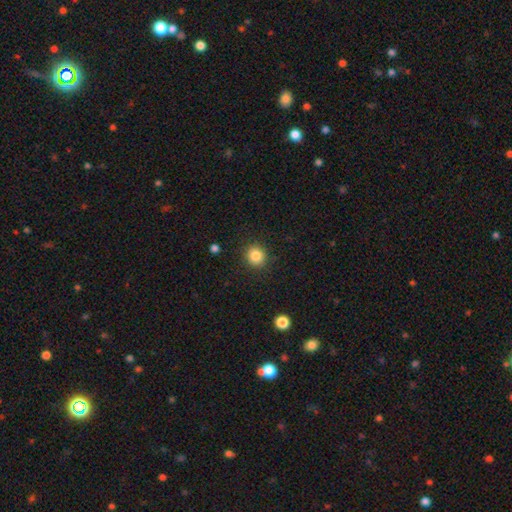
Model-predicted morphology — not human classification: Smooth or featured?
  - smooth: 85% *
  - star or artifact: 10%
  - featured or disk: 5%
How rounded?
  - round: 87% *
  - in between: 12%
  - cigar-shaped: 1%
Merging?
  - none: 90% *
  - minor disturbance: 7%
  - major disturbance: 2%
  - merger: 1%